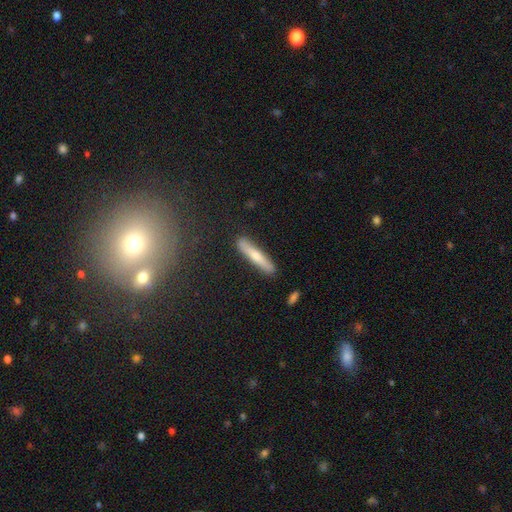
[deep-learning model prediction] Overall: smooth (61%; featured or disk 33%). How rounded: cigar-shaped (92%). Merging: none (88%).